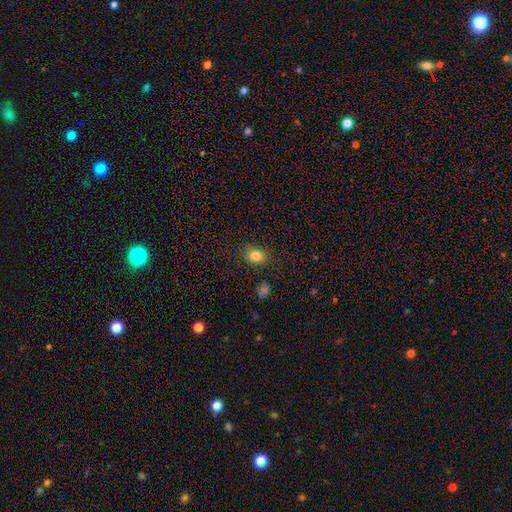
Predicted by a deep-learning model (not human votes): Smooth or featured: smooth — 82% (star or artifact — 11%)
How rounded: round — 53% (in between — 46%)
Merging: none — 83% (minor disturbance — 12%)